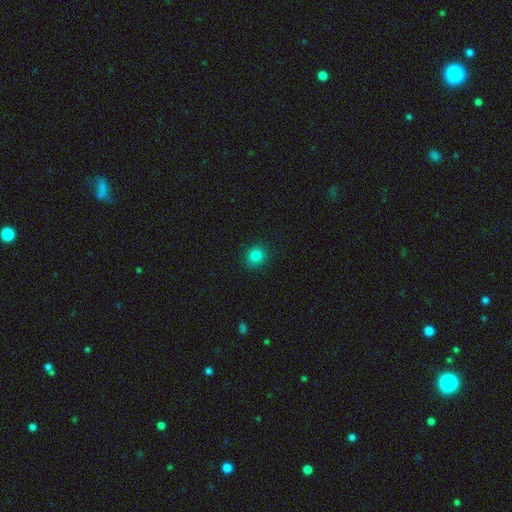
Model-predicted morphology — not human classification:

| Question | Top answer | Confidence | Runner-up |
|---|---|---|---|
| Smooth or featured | smooth | 83% | star or artifact (13%) |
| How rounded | round | 83% | in between (16%) |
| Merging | none | 90% | minor disturbance (7%) |